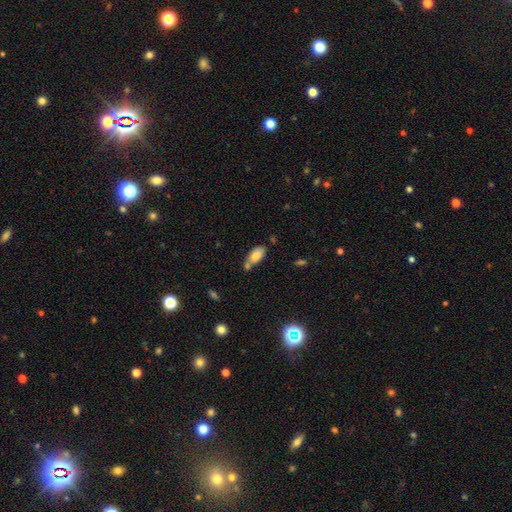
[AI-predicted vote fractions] This is likely a smooth galaxy (77%). How rounded: clearly in between (91%). Merging: possibly none (51%).